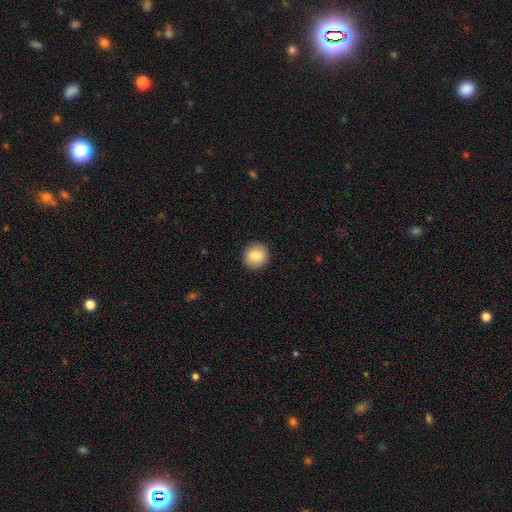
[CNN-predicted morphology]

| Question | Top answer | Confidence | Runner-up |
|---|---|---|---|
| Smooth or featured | smooth | 83% | featured or disk (9%) |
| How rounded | round | 88% | in between (11%) |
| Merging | none | 91% | minor disturbance (6%) |